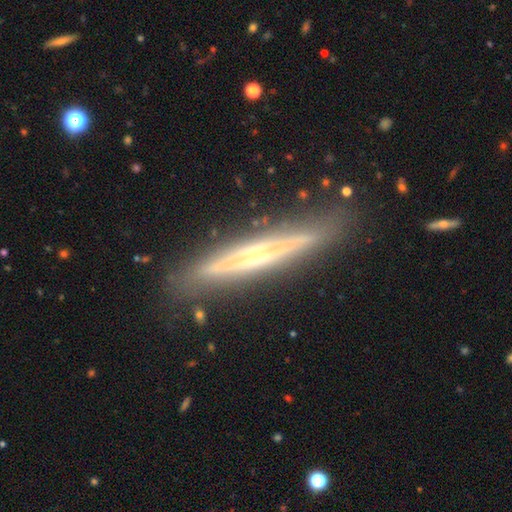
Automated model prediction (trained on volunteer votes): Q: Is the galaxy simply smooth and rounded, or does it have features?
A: featured or disk — 72%.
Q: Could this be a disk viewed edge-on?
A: yes — 92%.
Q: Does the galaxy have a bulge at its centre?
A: none — 48%.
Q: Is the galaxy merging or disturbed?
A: none — 85%.